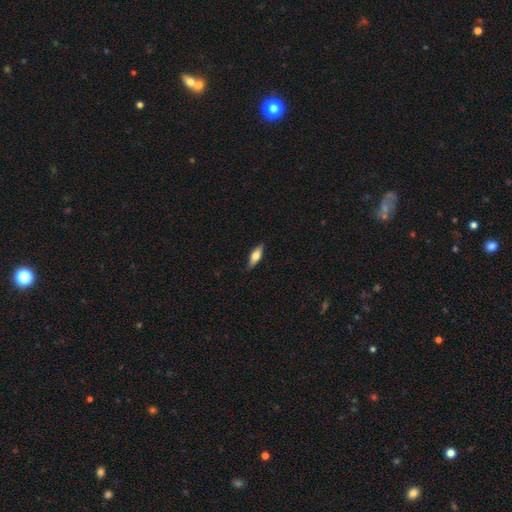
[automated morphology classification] Smooth or featured: smooth — 53% (featured or disk — 41%)
How rounded: in between — 57% (cigar-shaped — 40%)
Merging: none — 86% (minor disturbance — 11%)